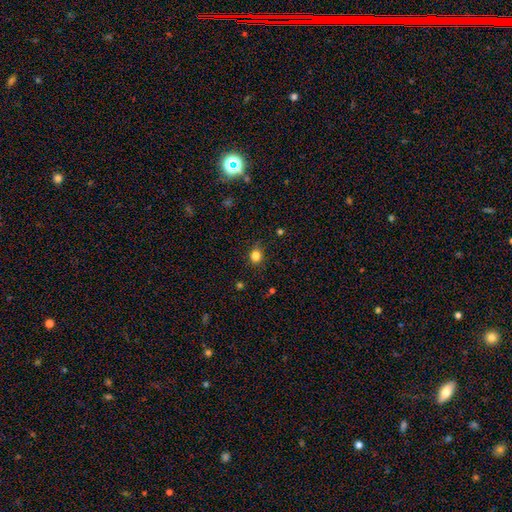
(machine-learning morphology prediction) This is clearly a smooth galaxy (83%). How rounded: likely round (70%). Merging: clearly none (81%).